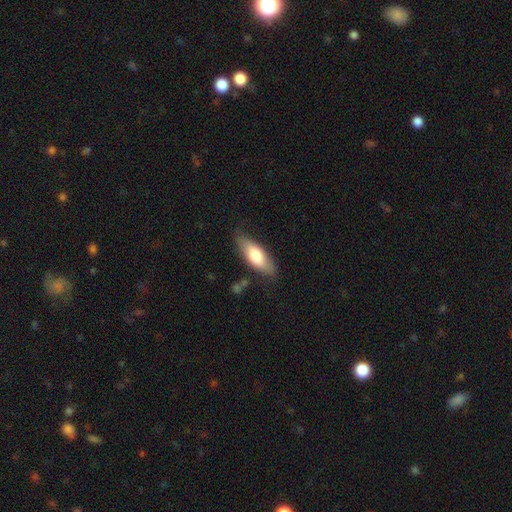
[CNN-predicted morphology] This is likely a smooth galaxy (71%). How rounded: likely in between (70%). Merging: likely none (76%).